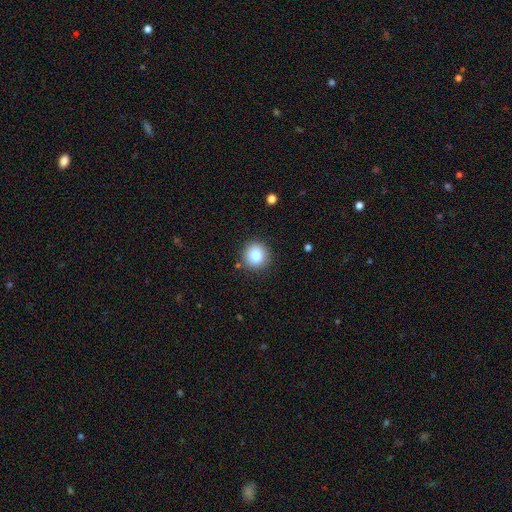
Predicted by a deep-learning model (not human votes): This is clearly a smooth galaxy (83%). How rounded: clearly round (90%). Merging: clearly none (88%).